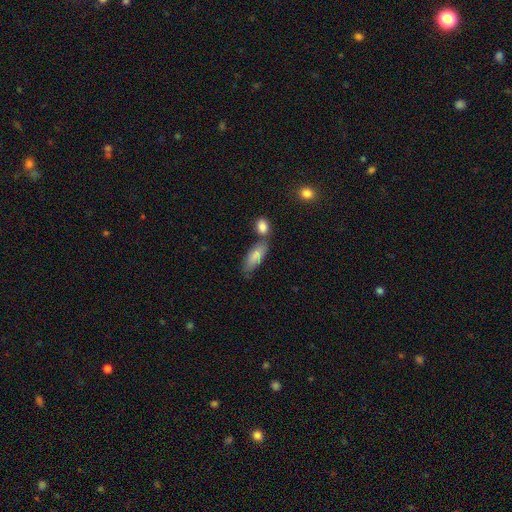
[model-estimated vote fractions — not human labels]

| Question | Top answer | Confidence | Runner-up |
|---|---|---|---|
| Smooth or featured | smooth | 82% | featured or disk (11%) |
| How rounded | in between | 75% | cigar-shaped (22%) |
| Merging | none | 49% | merger (28%) |